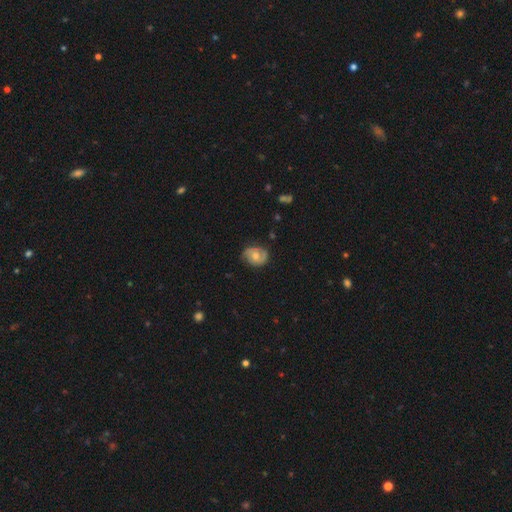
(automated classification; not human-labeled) Smooth or featured: featured or disk — 63% (smooth — 30%)
Edge-on disk: no — 97% (yes — 3%)
Bar: no — 61% (weak — 33%)
Spiral arms: yes — 88% (no — 12%)
Spiral winding: medium — 43% (tight — 41%)
Spiral arm count: 2 — 82% (can't tell — 11%)
Bulge size: moderate — 66% (small — 23%)
Merging: none — 76% (minor disturbance — 18%)